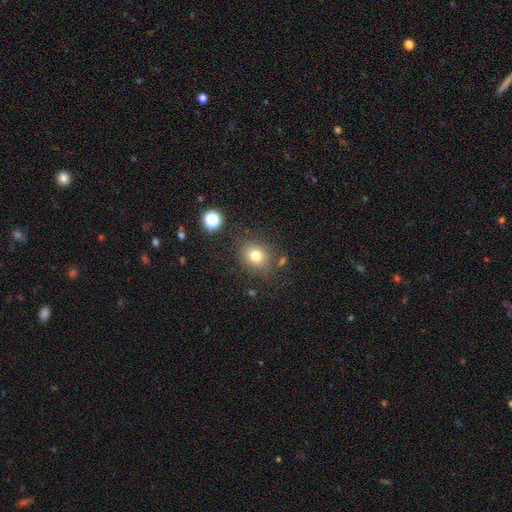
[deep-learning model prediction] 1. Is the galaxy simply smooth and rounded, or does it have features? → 77% smooth, 14% star or artifact, 9% featured or disk.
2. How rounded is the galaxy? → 72% round, 27% in between, 1% cigar-shaped.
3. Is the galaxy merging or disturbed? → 79% none, 12% minor disturbance, 4% major disturbance, 4% merger.